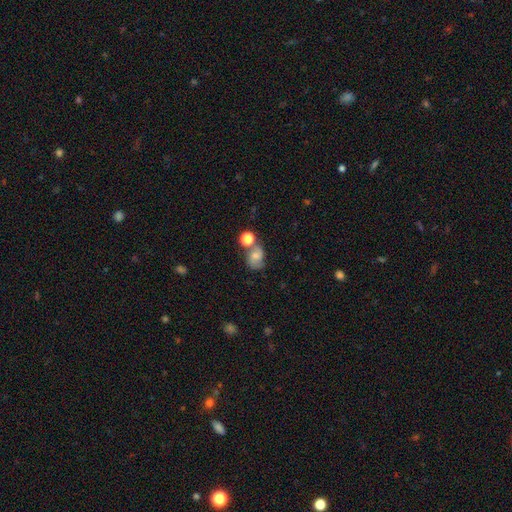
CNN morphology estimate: A smooth galaxy with no disk features (59%) that is in between round and cigar-shaped (55%). Merging: none (45%).